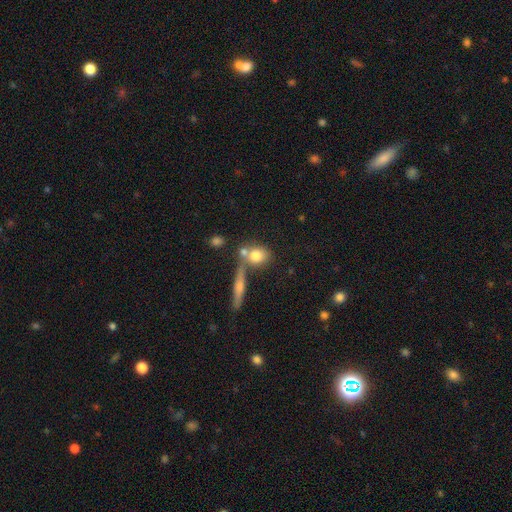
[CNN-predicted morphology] type=smooth (75%); roundness=round (55%); merging=none (50%).